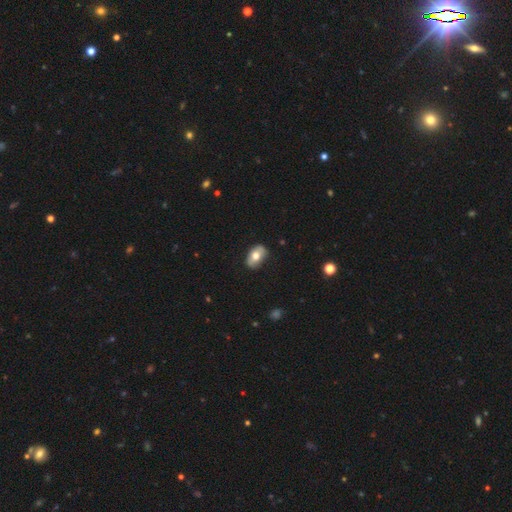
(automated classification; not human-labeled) A smooth galaxy with no disk features (67%) that is in between round and cigar-shaped (90%). Merging: none (80%).